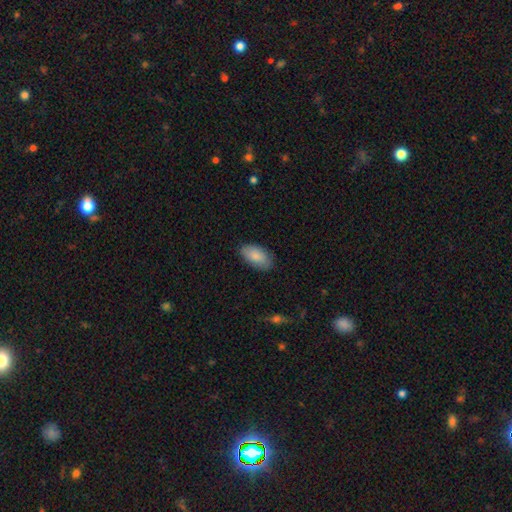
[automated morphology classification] Smooth or featured? Predicted: smooth (p=0.86). How rounded? Predicted: in between (p=0.94). Merging? Predicted: none (p=0.84).